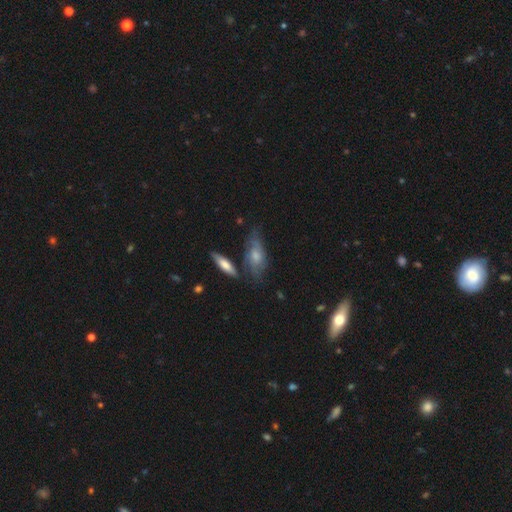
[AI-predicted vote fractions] Overall: smooth (51%; featured or disk 42%). How rounded: in between (77%). Merging: none (56%; minor disturbance 26%).